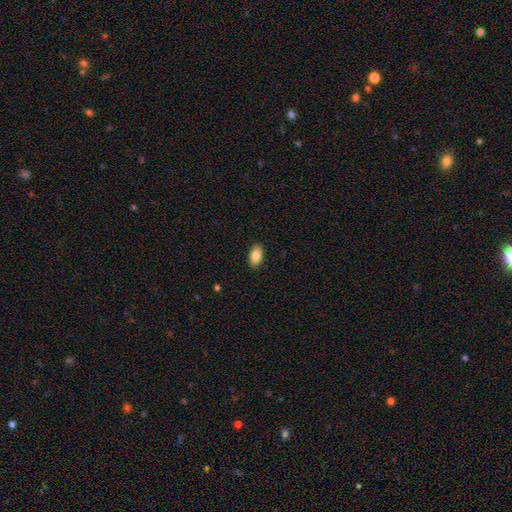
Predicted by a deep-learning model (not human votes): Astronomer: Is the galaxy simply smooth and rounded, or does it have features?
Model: smooth — 84%.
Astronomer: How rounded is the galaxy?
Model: in between — 92%.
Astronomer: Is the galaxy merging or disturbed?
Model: none — 90%.